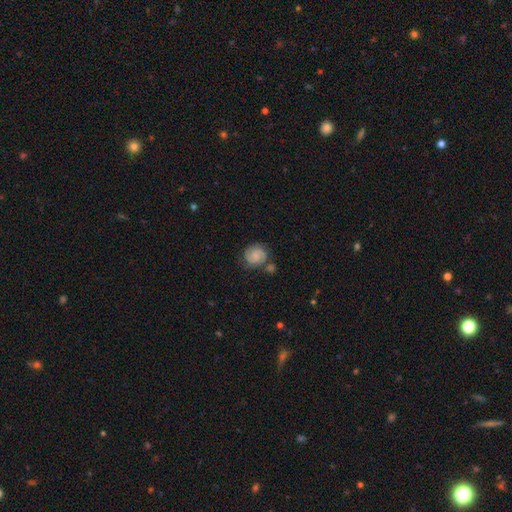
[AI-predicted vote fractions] This appears to be a featured or disk galaxy (73%) with no bar (55%), 2 (84%) tight (54%) spiral arms (96%) and no central bulge (39%). Merging: none (69%).